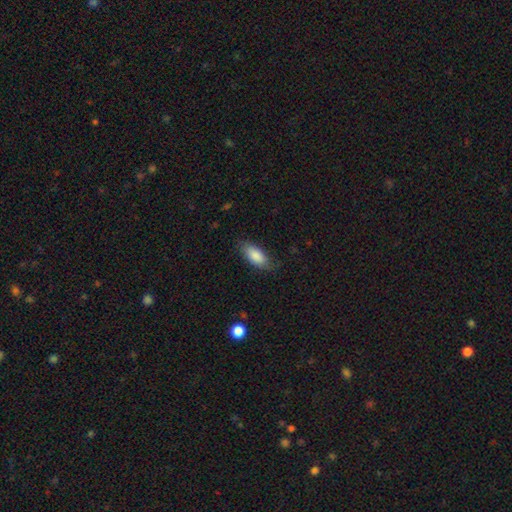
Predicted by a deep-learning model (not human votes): smooth_or_featured: smooth (p=0.86) [alt: featured or disk p=0.08]
how_rounded: in between (p=0.87) [alt: cigar-shaped p=0.11]
merging: none (p=0.78) [alt: minor disturbance p=0.18]